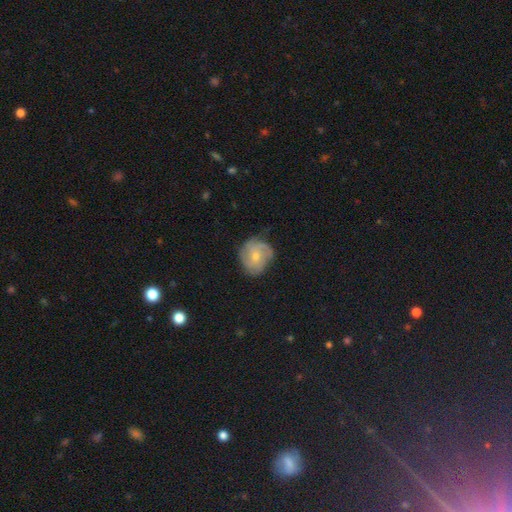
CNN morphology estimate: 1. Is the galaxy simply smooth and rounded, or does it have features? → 61% featured or disk, 32% smooth, 7% star or artifact.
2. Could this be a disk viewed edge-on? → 98% no, 2% yes.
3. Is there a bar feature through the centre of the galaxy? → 69% no, 27% weak, 4% strong.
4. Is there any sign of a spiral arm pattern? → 86% yes, 14% no.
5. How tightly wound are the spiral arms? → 45% tight, 39% medium, 15% loose.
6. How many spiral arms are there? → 31% can't tell, 30% 3, 18% 2, 11% 4, 5% 1, 5% more than 4.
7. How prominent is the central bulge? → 54% small, 41% moderate, 2% none, 1% large, 1% dominant.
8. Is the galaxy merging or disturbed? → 64% none, 25% minor disturbance, 10% major disturbance, 1% merger.